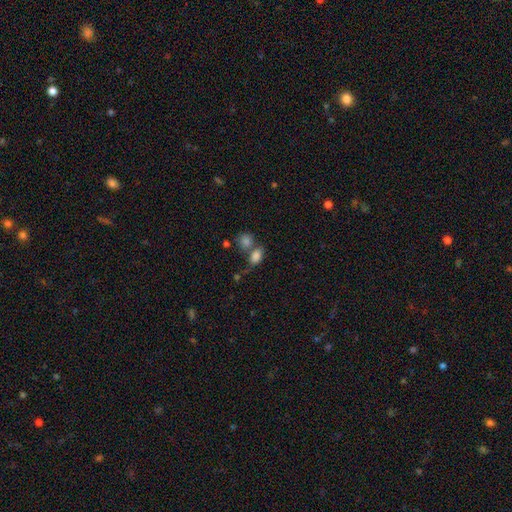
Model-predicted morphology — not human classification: This appears to be a smooth galaxy with no disk features (82%) that is in between round and cigar-shaped (80%). Merging: merger (39%).